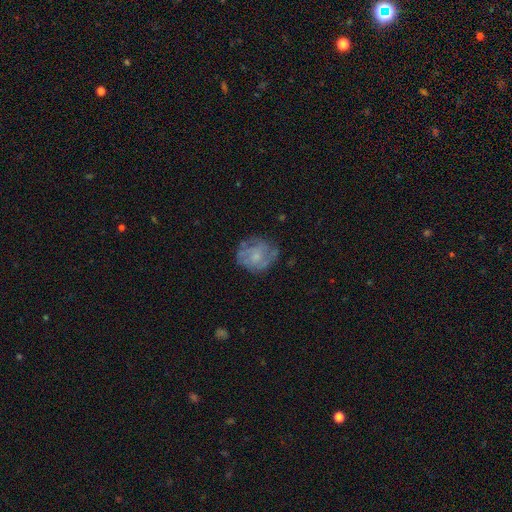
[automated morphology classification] The model was most divided on "smooth or featured": featured or disk: 58%, smooth: 34%, star or artifact: 8%. More confident: edge-on disk — no (98%); bar — no (76%); merging — none (65%); spiral arms — yes (64%); bulge size — small (53%).